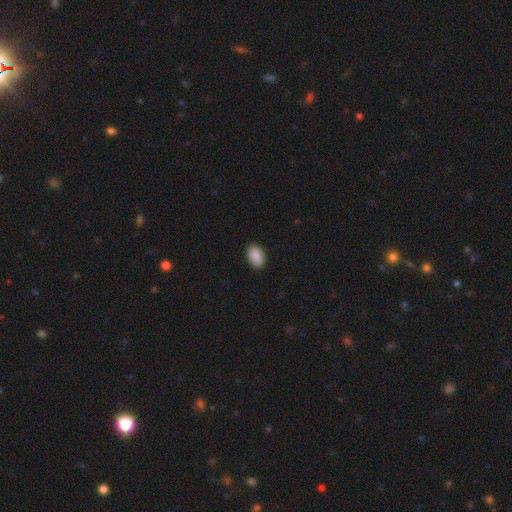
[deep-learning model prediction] Morphology: type=smooth (90%); roundness=in between (89%); merging=none (87%).